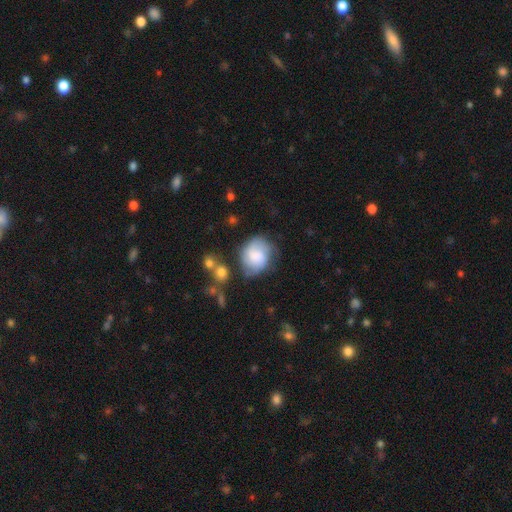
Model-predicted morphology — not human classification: This appears to be a smooth galaxy with no disk features (53%) that is round (62%). Merging: none (57%).